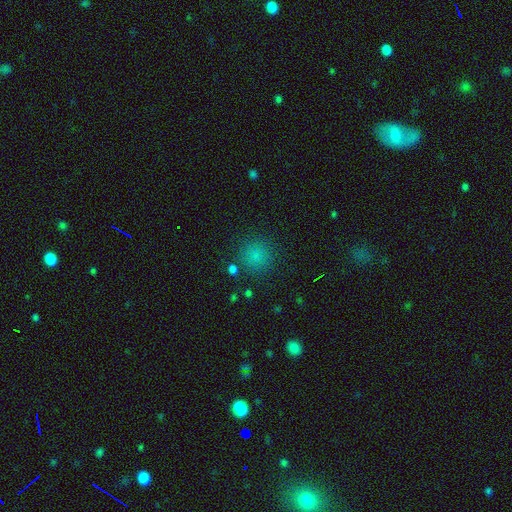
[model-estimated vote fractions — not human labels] smooth 77%, star or artifact 18%, featured or disk 5%. Down the decision tree: how rounded — round (93%); merging — none (85%).